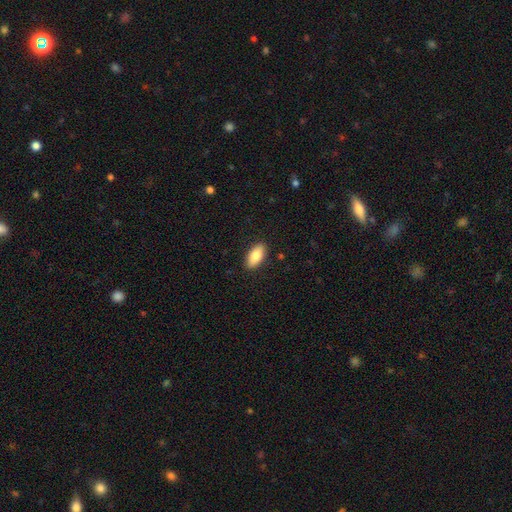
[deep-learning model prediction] This appears to be a smooth galaxy with no disk features (82%) that is in between round and cigar-shaped (90%). Merging: none (90%).